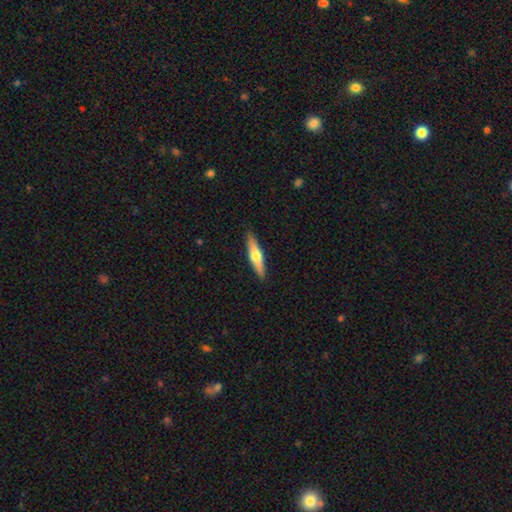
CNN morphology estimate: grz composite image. It shows a featured or disk galaxy (48%). Merging: none (90%).